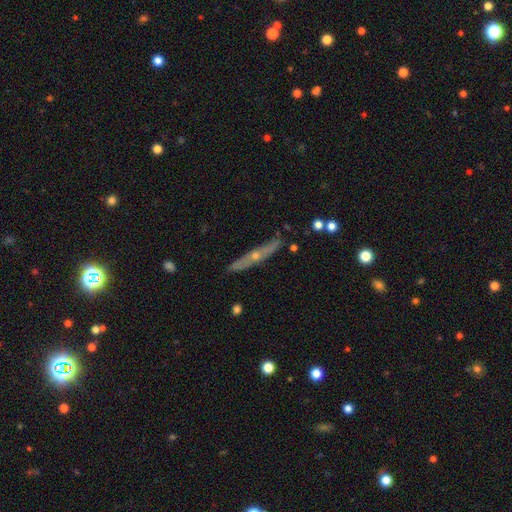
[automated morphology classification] This is likely a featured or disk galaxy (67%). It is clearly viewed edge-on (91%). Edge-on bulge: clearly rounded (82%). Merging: clearly none (82%).